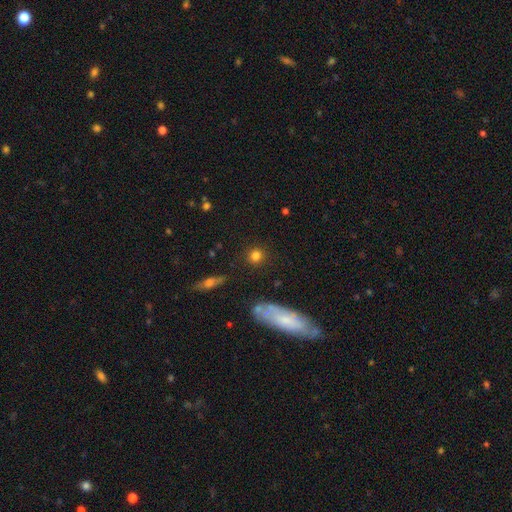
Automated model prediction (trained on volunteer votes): smooth 79%, star or artifact 12%, featured or disk 9%. Down the decision tree: how rounded — round (88%); merging — none (85%).